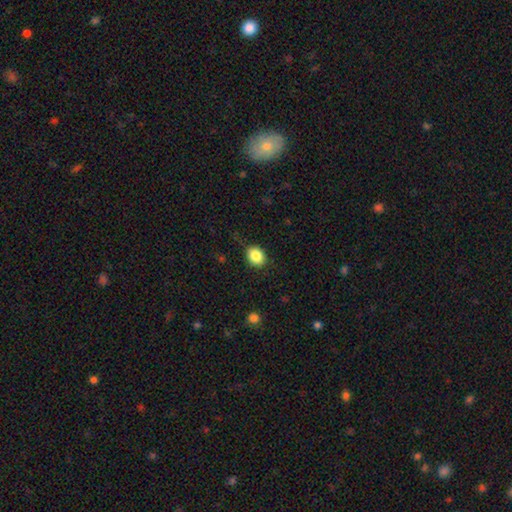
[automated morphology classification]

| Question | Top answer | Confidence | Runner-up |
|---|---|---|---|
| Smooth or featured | smooth | 86% | star or artifact (9%) |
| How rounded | round | 55% | in between (44%) |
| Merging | none | 83% | minor disturbance (13%) |